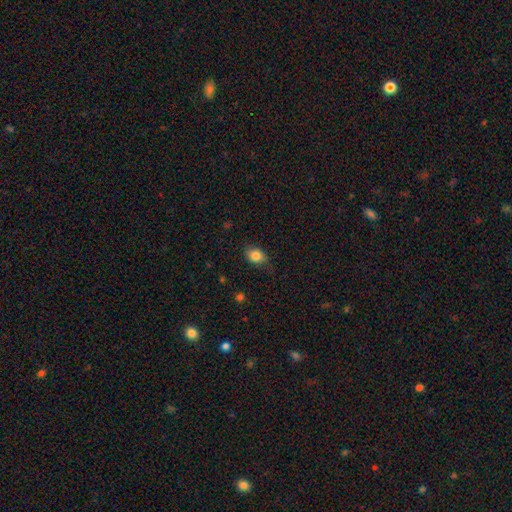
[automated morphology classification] Overall: smooth (83%). How rounded: in between (69%; round 30%). Merging: none (69%).